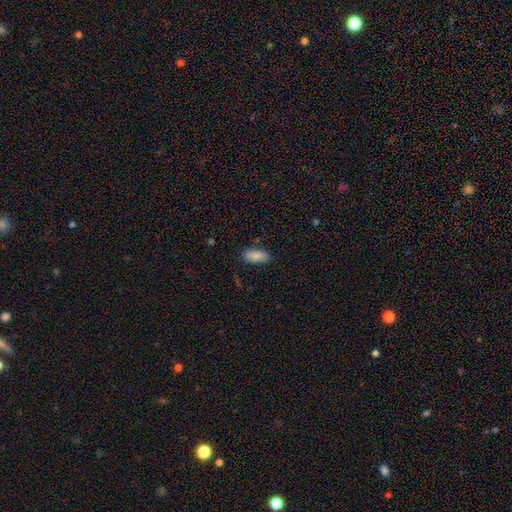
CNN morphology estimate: This appears to be a smooth galaxy with no disk features (87%) that is in between round and cigar-shaped (88%). Merging: none (85%).